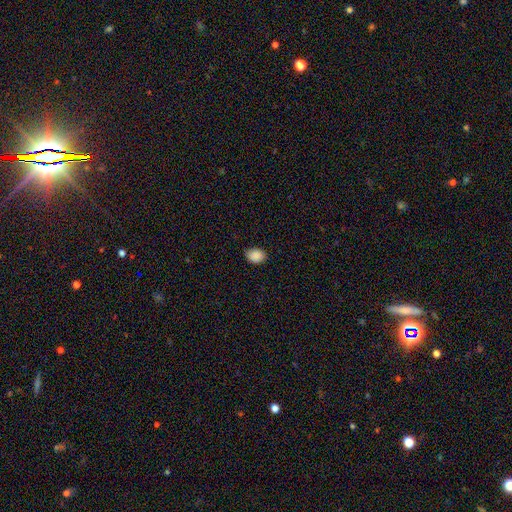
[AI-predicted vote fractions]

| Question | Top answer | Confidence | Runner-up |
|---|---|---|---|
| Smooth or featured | smooth | 89% | star or artifact (8%) |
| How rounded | in between | 64% | round (35%) |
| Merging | none | 81% | minor disturbance (15%) |